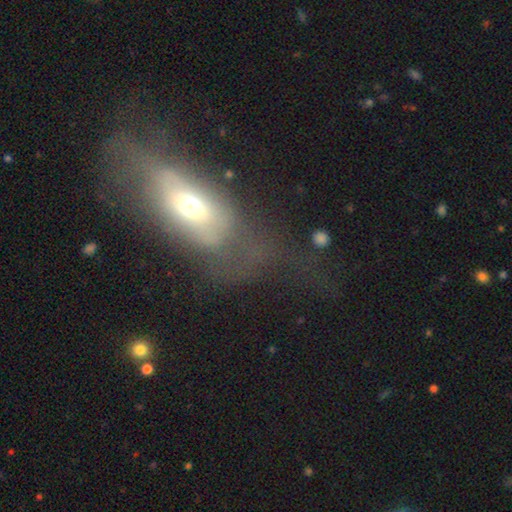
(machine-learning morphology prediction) Smooth or featured? Predicted: smooth (p=0.46). Merging? Predicted: major disturbance (p=0.47).